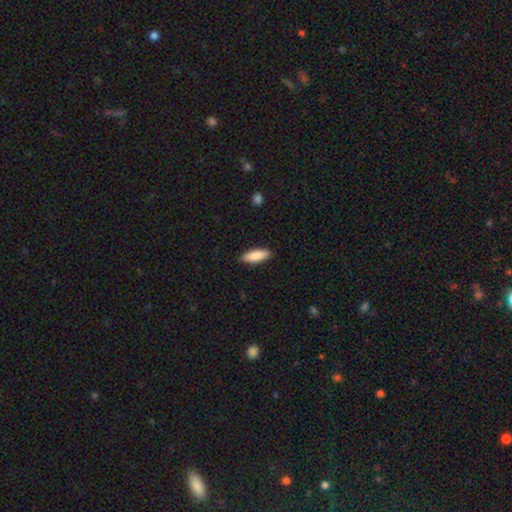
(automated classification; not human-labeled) Smooth or featured: smooth — 88% (featured or disk — 7%)
How rounded: in between — 60% (cigar-shaped — 39%)
Merging: none — 89% (minor disturbance — 8%)